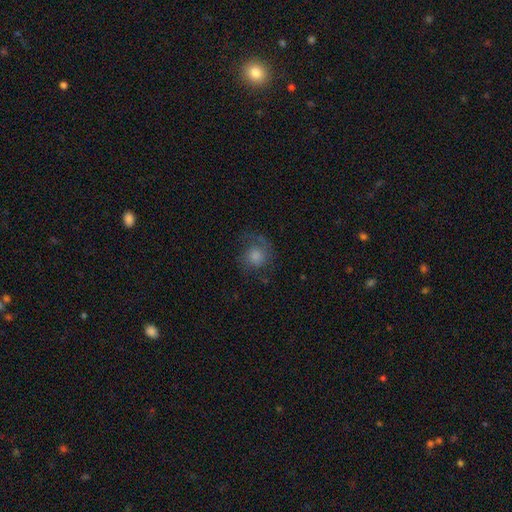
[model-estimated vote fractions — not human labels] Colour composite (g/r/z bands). It shows a smooth galaxy with no disk features (45%). Merging: none (61%).